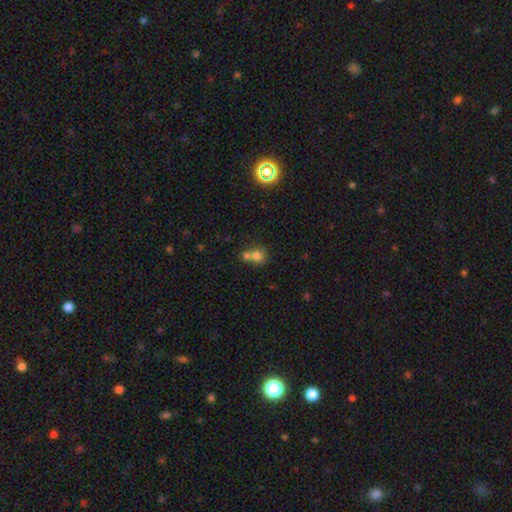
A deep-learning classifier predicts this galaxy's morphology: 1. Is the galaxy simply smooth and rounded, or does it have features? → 73% smooth, 14% star or artifact, 13% featured or disk.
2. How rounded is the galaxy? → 78% round, 21% in between, 1% cigar-shaped.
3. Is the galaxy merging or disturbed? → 56% merger, 34% none, 7% minor disturbance, 3% major disturbance.